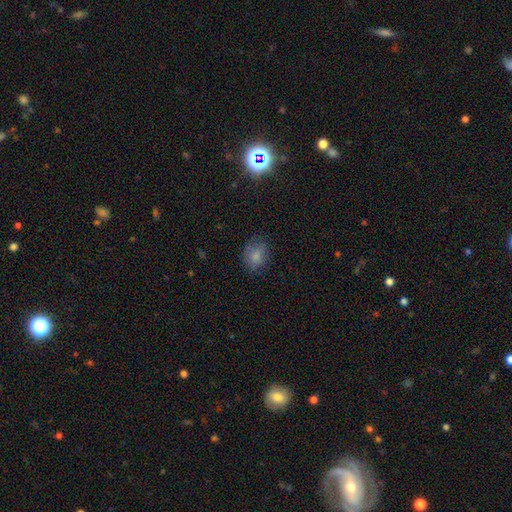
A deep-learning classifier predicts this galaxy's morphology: Smooth or featured: smooth — 79% (featured or disk — 11%)
How rounded: in between — 52% (round — 47%)
Merging: none — 69% (minor disturbance — 22%)